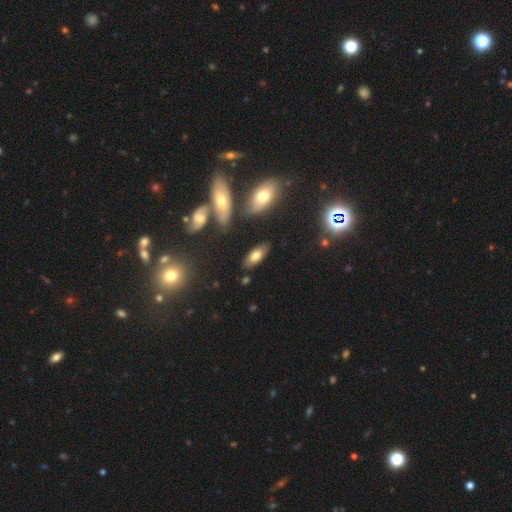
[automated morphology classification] Smooth or featured?
  - smooth: 70% *
  - featured or disk: 22%
  - star or artifact: 8%
How rounded?
  - in between: 85% *
  - cigar-shaped: 12%
  - round: 3%
Merging?
  - none: 81% *
  - minor disturbance: 11%
  - merger: 5%
  - major disturbance: 3%